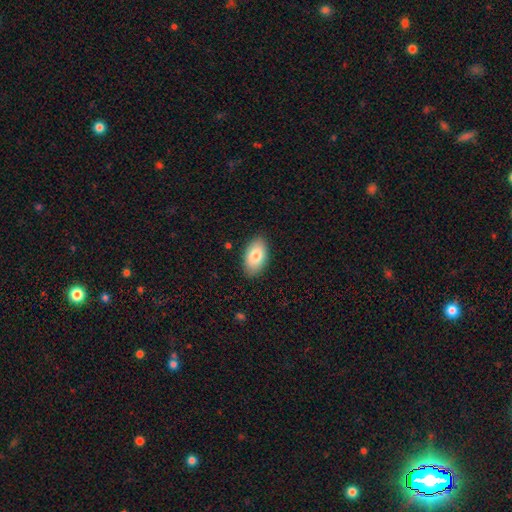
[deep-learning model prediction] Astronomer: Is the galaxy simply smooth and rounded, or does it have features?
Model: smooth — 81%.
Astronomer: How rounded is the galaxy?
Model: in between — 94%.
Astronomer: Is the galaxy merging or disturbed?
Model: none — 87%.